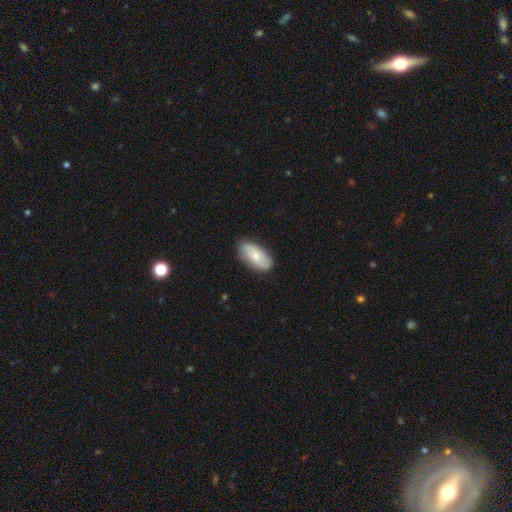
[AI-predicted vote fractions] smooth_or_featured: smooth (p=0.63) [alt: featured or disk p=0.31]
how_rounded: in between (p=0.92) [alt: cigar-shaped p=0.05]
merging: none (p=0.81) [alt: minor disturbance p=0.15]